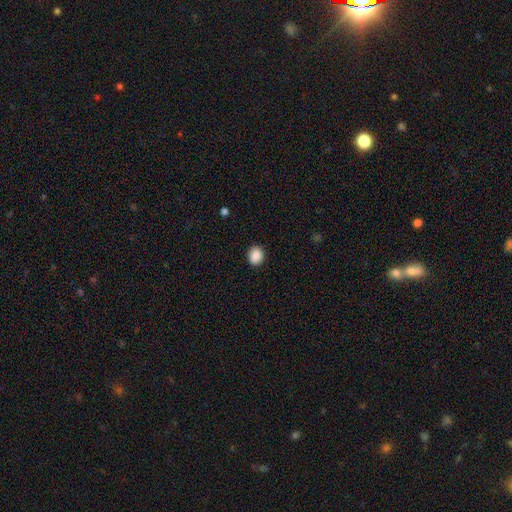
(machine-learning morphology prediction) type=smooth (89%); roundness=round (59%); merging=none (90%).